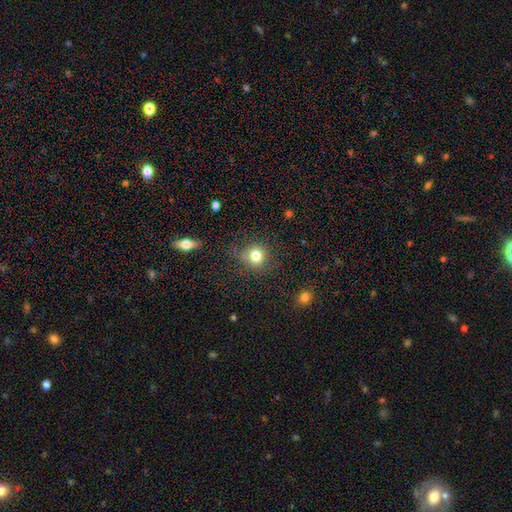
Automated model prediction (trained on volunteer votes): Overall: smooth (80%). How rounded: round (87%). Merging: none (78%).